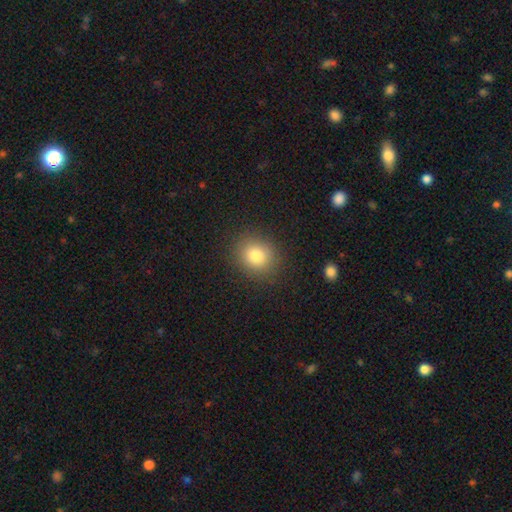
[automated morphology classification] smooth-or-featured: smooth: 80% | star or artifact: 12% | featured or disk: 8%
  how-rounded: round: 77% | in between: 22% | cigar-shaped: 1%
  merging: none: 89% | minor disturbance: 7% | major disturbance: 3% | merger: 1%